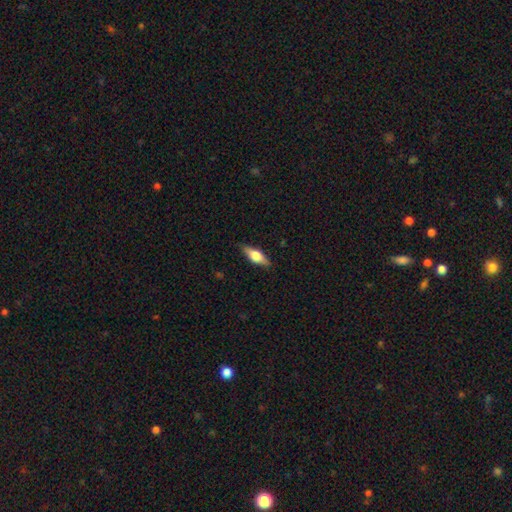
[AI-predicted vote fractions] This appears to be a smooth galaxy with no disk features (53%) that is in between round and cigar-shaped (64%). Merging: none (86%).